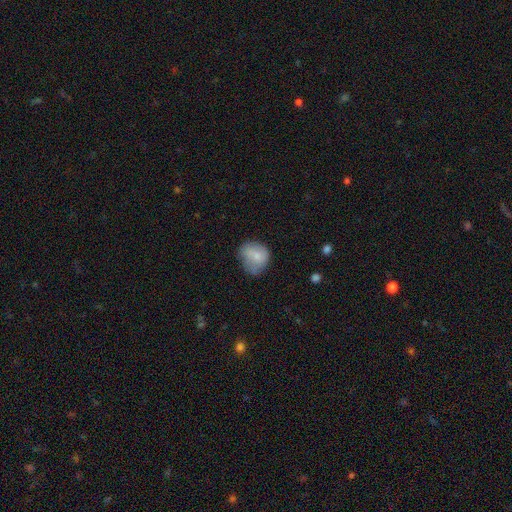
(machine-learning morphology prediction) This is likely a smooth galaxy (74%). How rounded: likely round (61%). Merging: possibly none (46%).